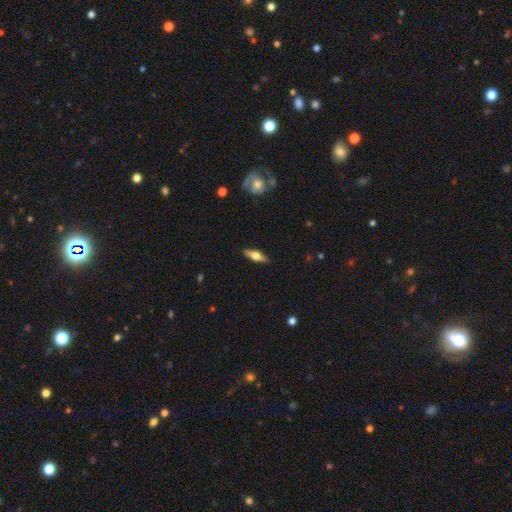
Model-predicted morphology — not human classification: A featured or disk galaxy (50%).

Vote fractions:
- Smooth or featured? featured or disk: 50% / smooth: 44% / star or artifact: 6%
- Merging? none: 89% / minor disturbance: 8% / major disturbance: 2% / merger: 1%